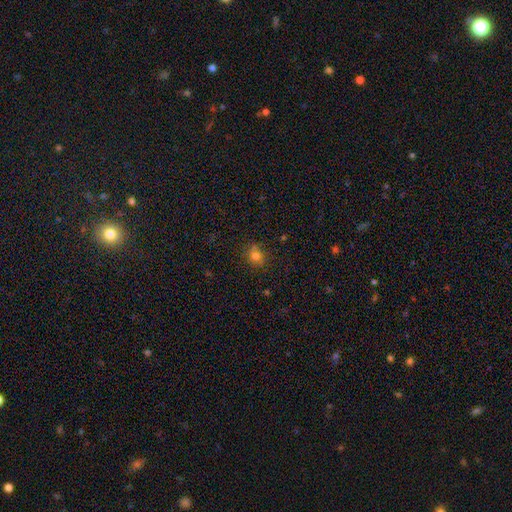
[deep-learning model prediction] Morphology: type=smooth (75%); roundness=round (78%); merging=none (75%).